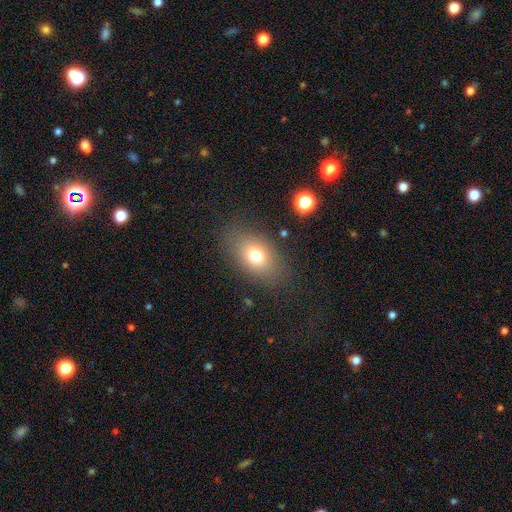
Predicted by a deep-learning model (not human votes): Smooth or featured: smooth — 72% (featured or disk — 16%)
How rounded: in between — 82% (round — 16%)
Merging: none — 78% (minor disturbance — 13%)